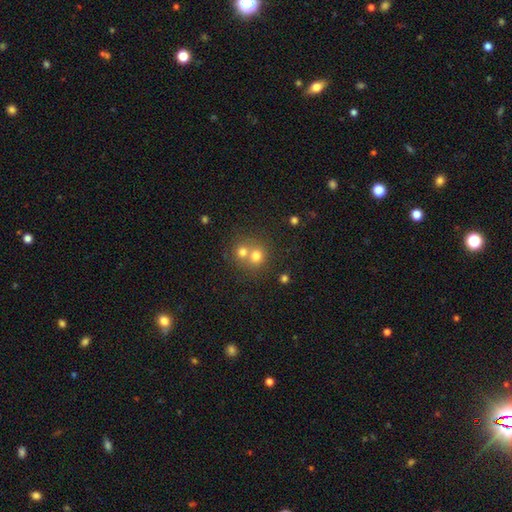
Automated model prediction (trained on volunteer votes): smooth 73%, featured or disk 14%, star or artifact 13%. Down the decision tree: how rounded — round (82%); merging — merger (56%).